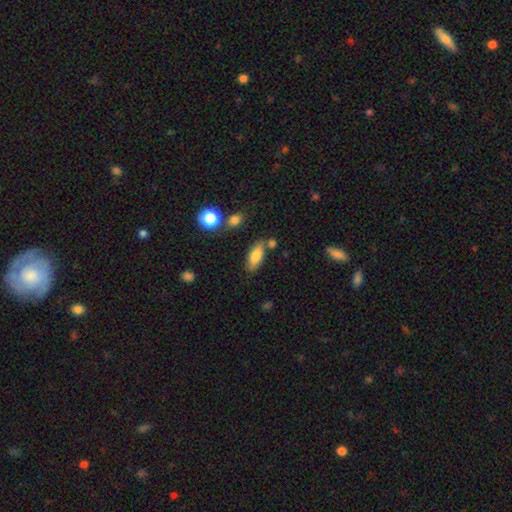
Volunteers were most divided on "merging": none: 71%, minor disturbance: 16%, merger: 8%, major disturbance: 5%. More confident: smooth or featured — smooth (82%); how rounded — in between (75%).